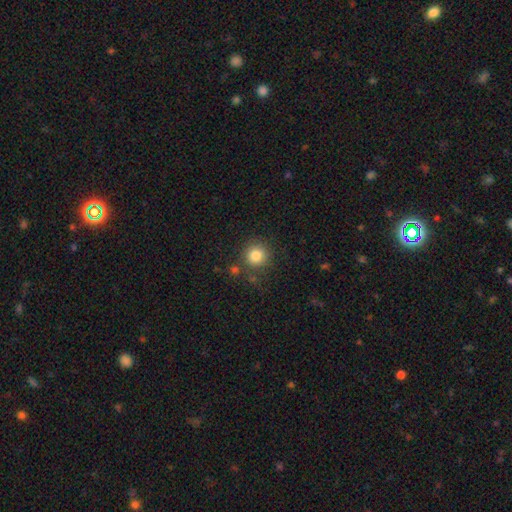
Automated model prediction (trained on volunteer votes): This is clearly a smooth galaxy (83%). How rounded: clearly round (93%). Merging: clearly none (81%).